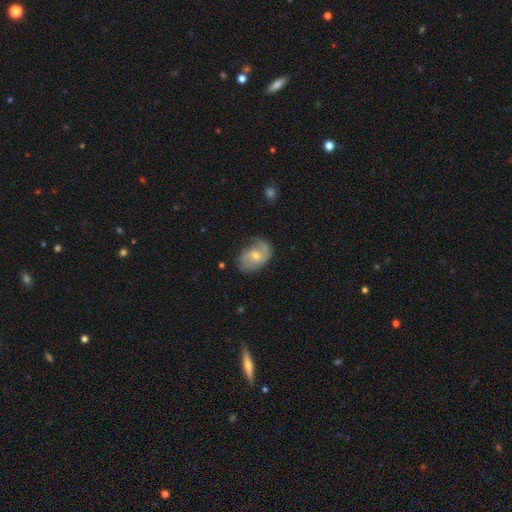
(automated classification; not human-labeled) smooth-or-featured: featured or disk: 70% | smooth: 22% | star or artifact: 8%
  disk-edge-on: no: 97% | yes: 3%
    bar: no: 62% | weak: 32% | strong: 6%
    has-spiral-arms: yes: 89% | no: 11%
      spiral-winding: medium: 42% | loose: 30% | tight: 28%
      spiral-arm-count: 2: 67% | can't tell: 15% | 1: 9% | 3: 5% | 4: 2% | more than 4: 2%
    bulge-size: small: 48% (tied) | moderate: 48% (tied) | none: 2% | large: 2% | dominant: 1%
  merging: none: 65% | minor disturbance: 24% | major disturbance: 9% | merger: 2%